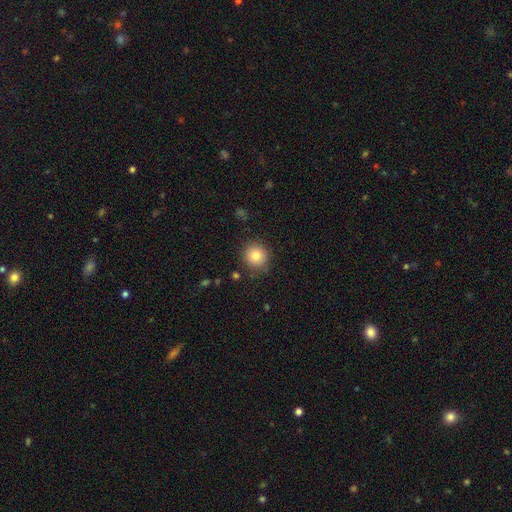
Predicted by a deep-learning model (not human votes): Smooth or featured? Predicted: smooth (p=0.82). How rounded? Predicted: round (p=0.92). Merging? Predicted: none (p=0.86).